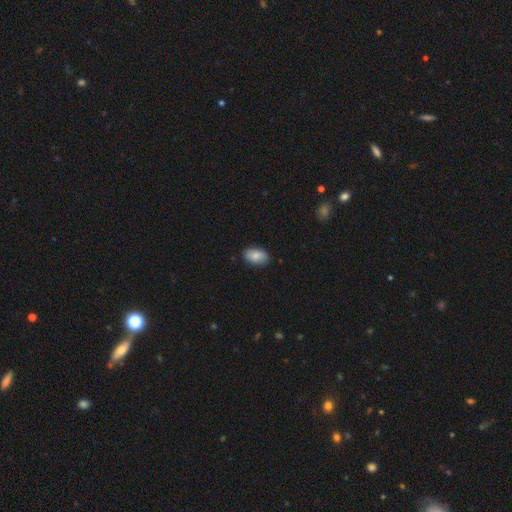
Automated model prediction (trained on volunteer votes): Smooth or featured?
  - smooth: 83% *
  - featured or disk: 11%
  - star or artifact: 7%
How rounded?
  - in between: 92% *
  - round: 6%
  - cigar-shaped: 2%
Merging?
  - none: 86% *
  - minor disturbance: 11%
  - major disturbance: 2%
  - merger: 1%